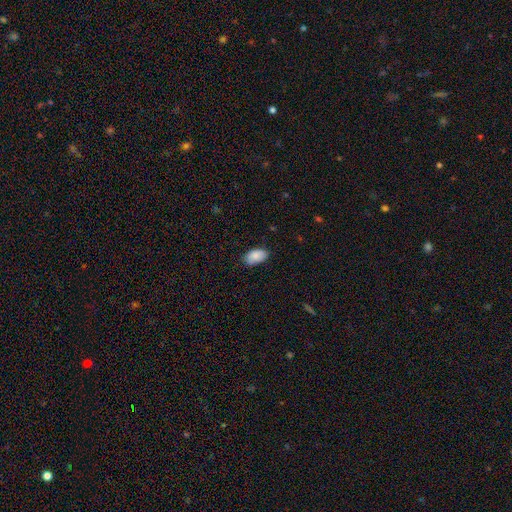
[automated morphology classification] Smooth or featured? smooth (87%)
How rounded? in between (94%)
Merging? none (78%)